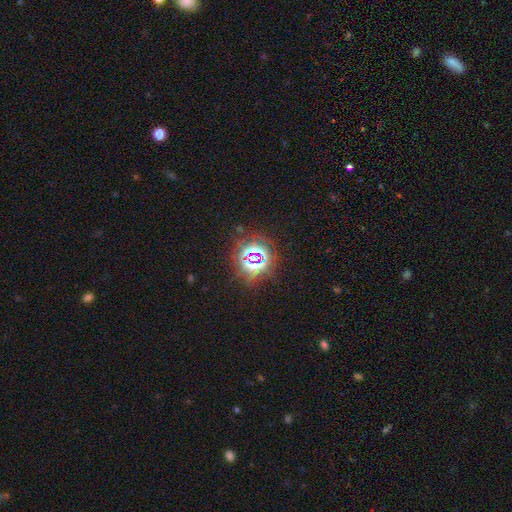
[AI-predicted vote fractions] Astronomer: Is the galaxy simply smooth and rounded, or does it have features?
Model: star or artifact — 81%.